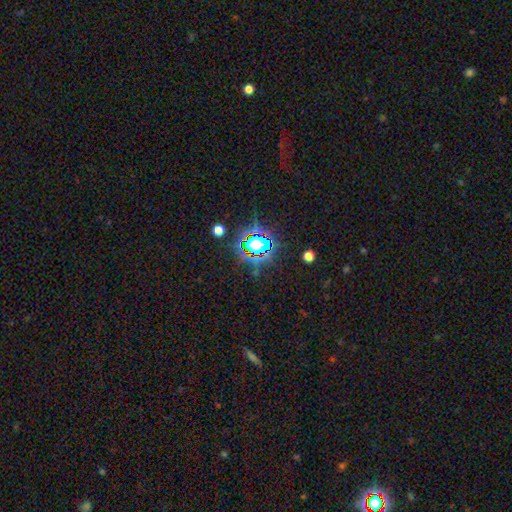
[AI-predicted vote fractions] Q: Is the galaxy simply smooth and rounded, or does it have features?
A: star or artifact — 71%.